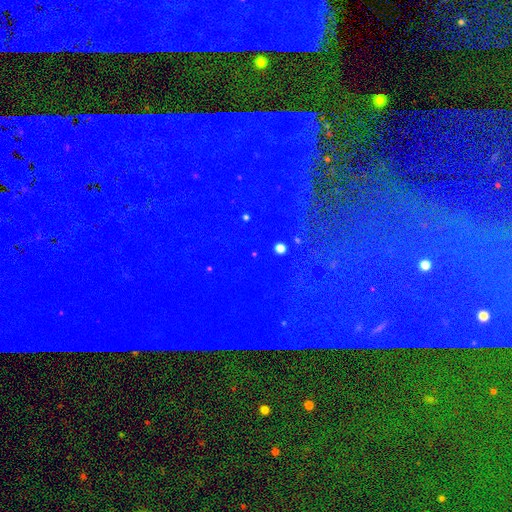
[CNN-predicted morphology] Smooth or featured?
  - star or artifact: 87% *
  - featured or disk: 7%
  - smooth: 6%